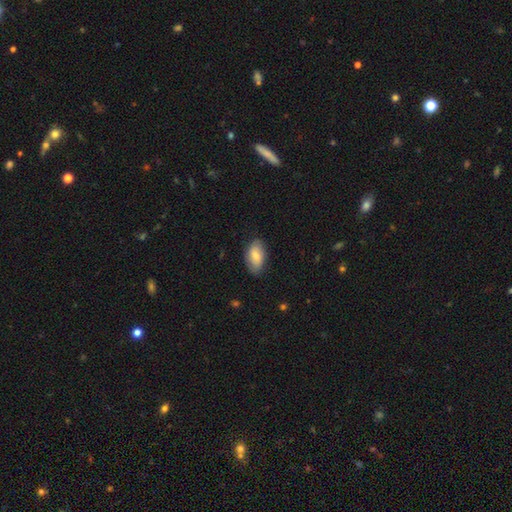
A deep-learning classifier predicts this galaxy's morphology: A smooth galaxy with no disk features (70%) that is in between round and cigar-shaped (93%).

Vote fractions:
- Smooth or featured? smooth: 70% / featured or disk: 24% / star or artifact: 6%
- How rounded? in between: 93% / round: 5% / cigar-shaped: 2%
- Merging? none: 79% / minor disturbance: 17% / major disturbance: 3% / merger: 1%